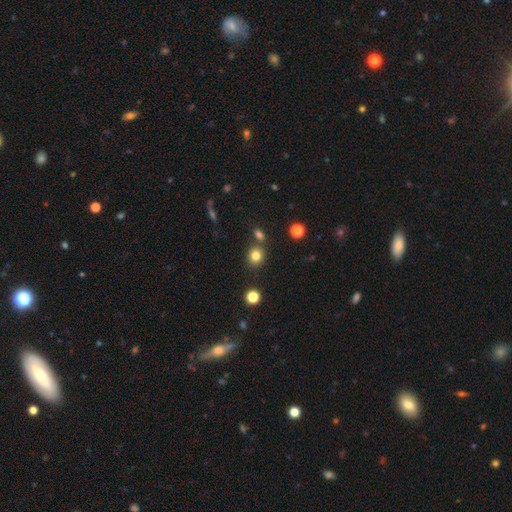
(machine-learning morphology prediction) Smooth or featured? Predicted: smooth (p=0.81). How rounded? Predicted: round (p=0.80). Merging? Predicted: none (p=0.76).